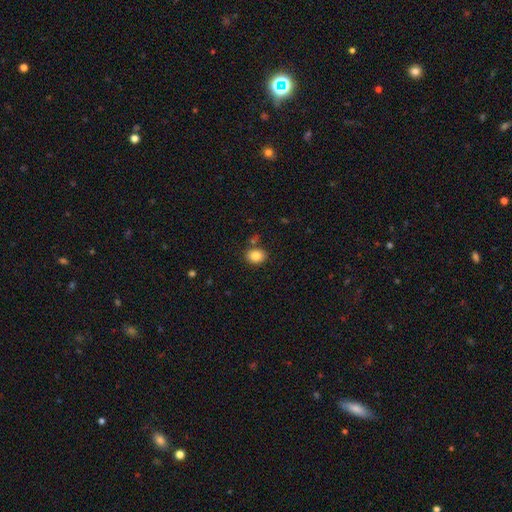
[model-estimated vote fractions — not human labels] Q: Smooth or featured?
A: smooth (85%); runner-up: star or artifact (9%)
Q: How rounded?
A: in between (51%); runner-up: round (48%)
Q: Merging?
A: none (79%); runner-up: minor disturbance (11%)